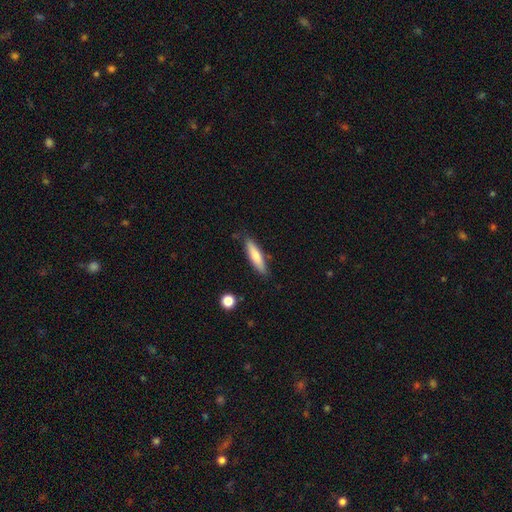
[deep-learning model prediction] Morphology: type=smooth (71%); roundness=cigar-shaped (77%); merging=none (82%).